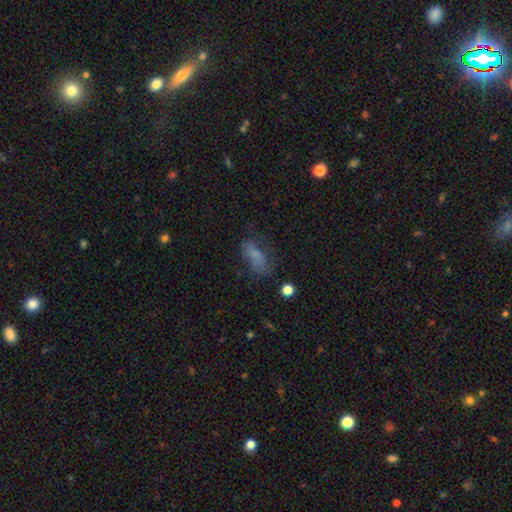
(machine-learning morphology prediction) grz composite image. It shows a smooth galaxy with no disk features (66%) that is in between round and cigar-shaped (76%). Merging: none (50%).